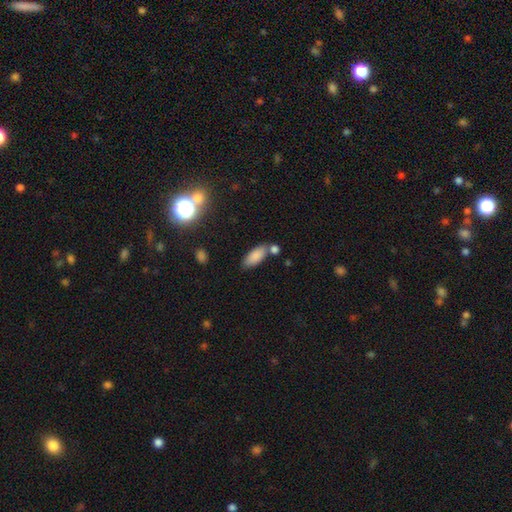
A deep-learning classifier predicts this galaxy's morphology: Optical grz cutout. It shows a smooth galaxy with no disk features (84%) that is in between round and cigar-shaped (81%). Merging: none (62%).